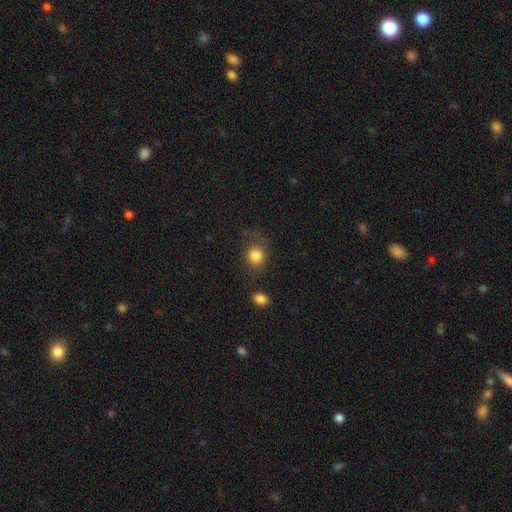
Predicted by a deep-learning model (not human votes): A smooth galaxy with no disk features (83%) that is round (77%). Merging: none (65%).